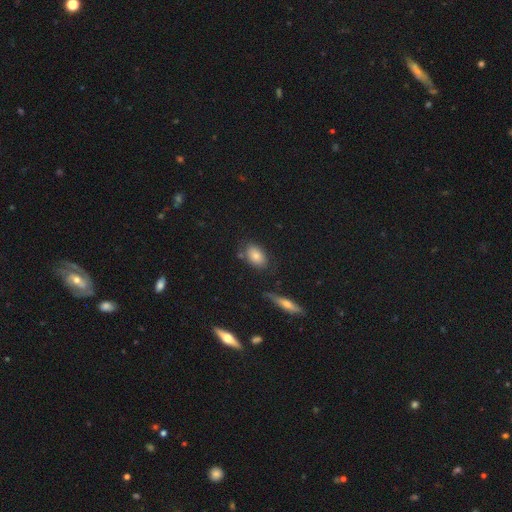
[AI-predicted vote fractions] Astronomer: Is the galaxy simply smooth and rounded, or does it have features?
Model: smooth — 77%.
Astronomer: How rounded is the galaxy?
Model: in between — 85%.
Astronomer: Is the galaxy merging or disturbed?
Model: none — 74%.